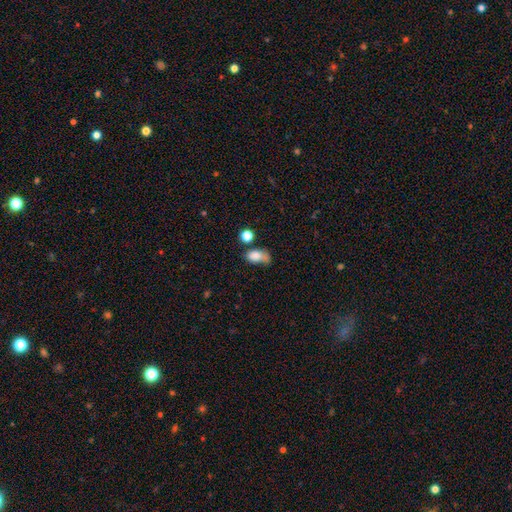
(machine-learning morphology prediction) type=smooth (78%); roundness=in between (82%); merging=none (31%).